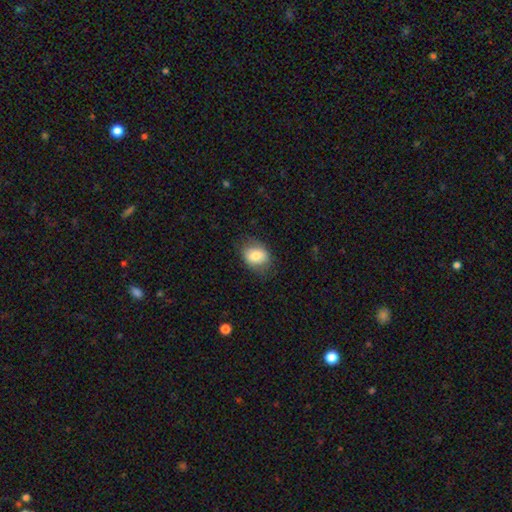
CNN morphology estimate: This is likely a smooth galaxy (79%). How rounded: possibly in between (60%). Merging: likely none (76%).